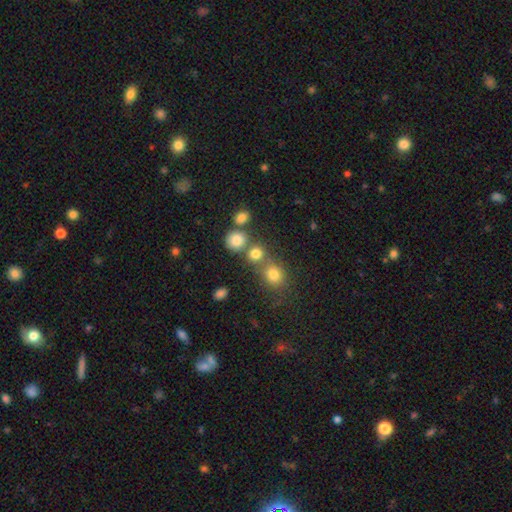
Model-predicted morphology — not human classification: This appears to be a smooth galaxy with no disk features (45%). Merging: none (52%).